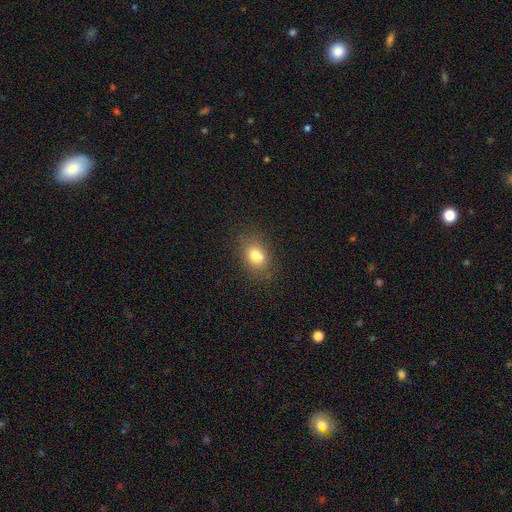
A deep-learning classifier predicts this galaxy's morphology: Overall: smooth (77%). How rounded: in between (65%; round 34%). Merging: none (76%).